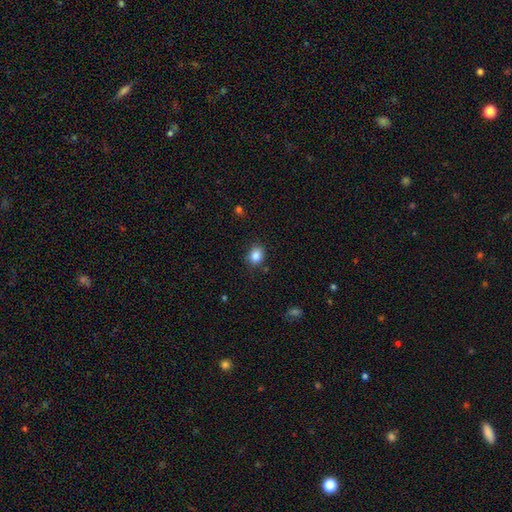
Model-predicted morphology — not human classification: This is clearly a smooth galaxy (86%). How rounded: possibly in between (52%). Merging: likely none (80%).